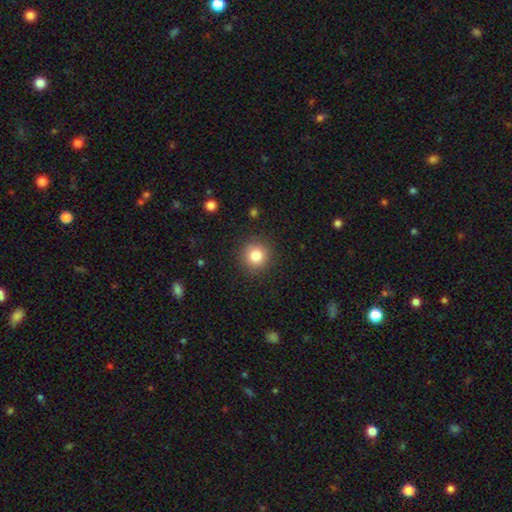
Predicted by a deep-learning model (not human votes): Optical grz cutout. It shows a smooth galaxy with no disk features (83%) that is round (94%). Merging: none (89%).